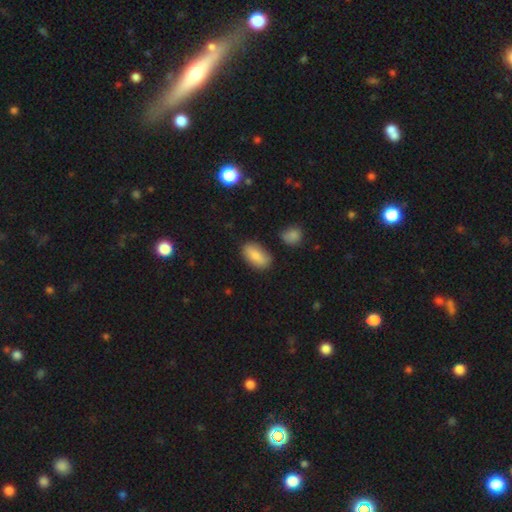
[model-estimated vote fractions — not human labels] Overall: smooth (84%). How rounded: in between (91%). Merging: none (81%).